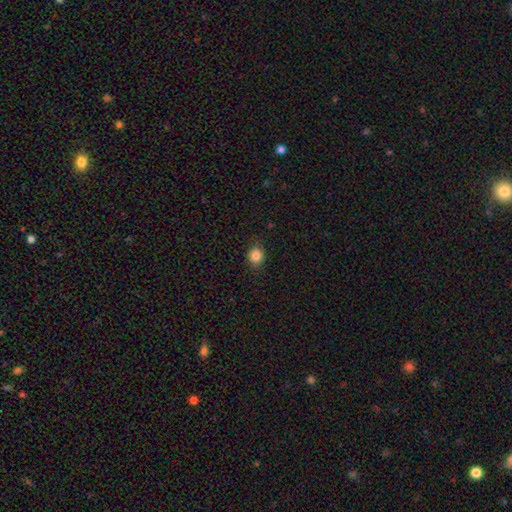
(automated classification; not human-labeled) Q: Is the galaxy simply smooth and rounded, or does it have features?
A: smooth — 85%.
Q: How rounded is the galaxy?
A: round — 66%.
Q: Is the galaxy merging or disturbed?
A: none — 84%.